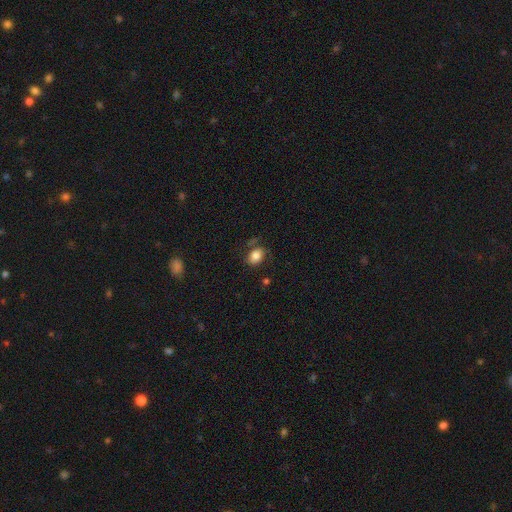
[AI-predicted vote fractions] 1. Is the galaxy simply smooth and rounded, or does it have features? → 78% smooth, 12% featured or disk, 9% star or artifact.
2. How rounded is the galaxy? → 73% in between, 25% round, 1% cigar-shaped.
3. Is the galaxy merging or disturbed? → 62% none, 22% minor disturbance, 10% major disturbance, 5% merger.